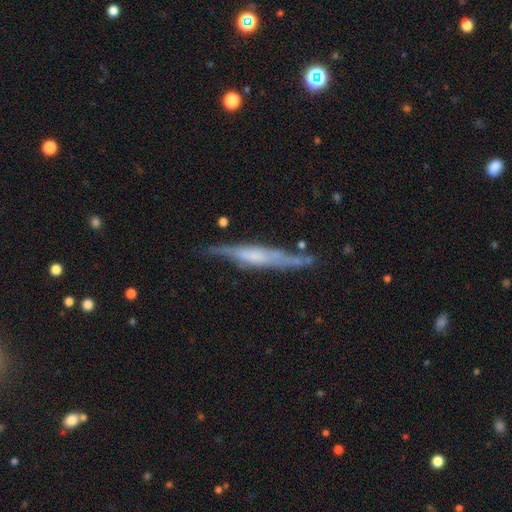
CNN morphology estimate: smooth-or-featured: featured or disk: 64% | smooth: 30% | star or artifact: 6%
  disk-edge-on: yes: 88% | no: 12%
    edge-on-bulge: rounded: 35% | boxy: 33% | none: 32%
  merging: none: 64% | minor disturbance: 24% | major disturbance: 7% | merger: 5%